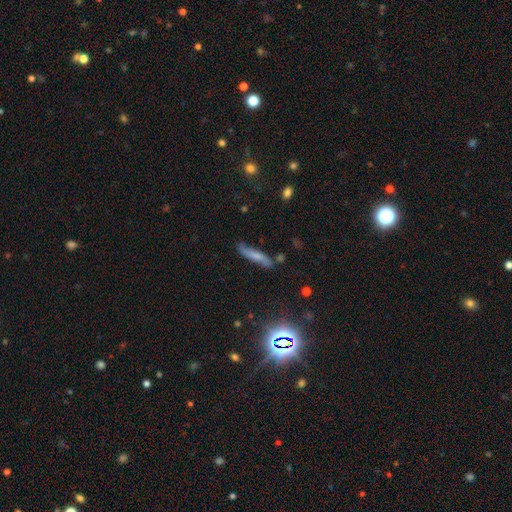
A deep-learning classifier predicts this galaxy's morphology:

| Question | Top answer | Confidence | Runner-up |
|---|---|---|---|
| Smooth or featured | smooth | 49% | featured or disk (40%) |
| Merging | none | 67% | minor disturbance (23%) |